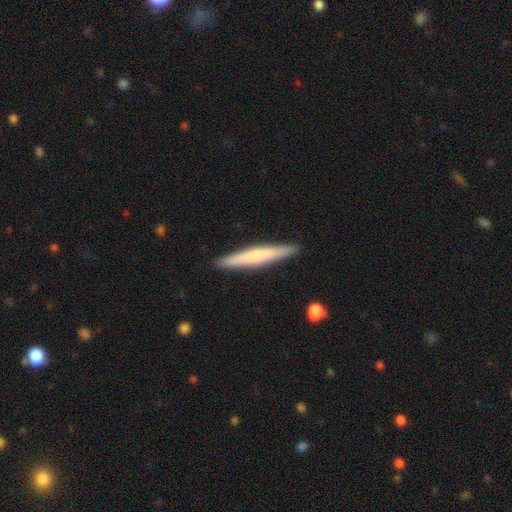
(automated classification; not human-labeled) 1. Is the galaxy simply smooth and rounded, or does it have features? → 53% smooth, 40% featured or disk, 7% star or artifact.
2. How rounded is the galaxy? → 95% cigar-shaped, 4% in between, 1% round.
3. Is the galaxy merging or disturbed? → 91% none, 7% minor disturbance, 1% major disturbance, 1% merger.